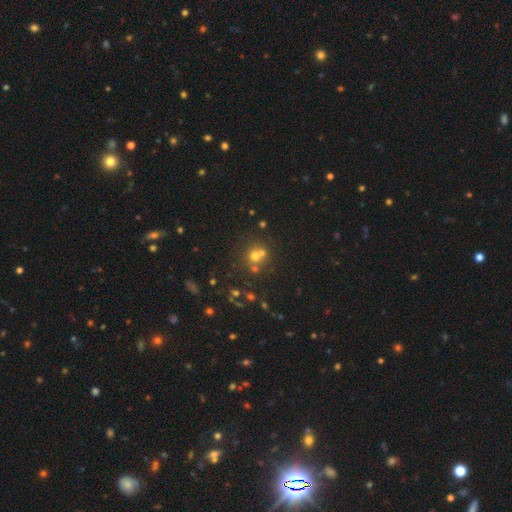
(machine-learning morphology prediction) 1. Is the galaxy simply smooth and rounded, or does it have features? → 57% smooth, 23% star or artifact, 20% featured or disk.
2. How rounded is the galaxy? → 83% round, 16% in between, 1% cigar-shaped.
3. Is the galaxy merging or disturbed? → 45% merger, 44% none, 7% minor disturbance, 4% major disturbance.